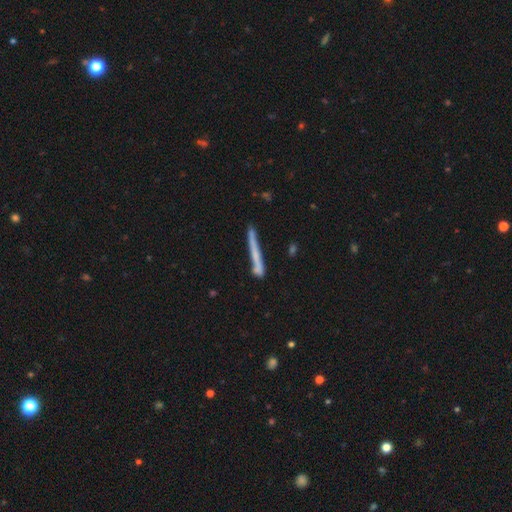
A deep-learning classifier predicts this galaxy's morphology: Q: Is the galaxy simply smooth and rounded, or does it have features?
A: smooth — 58%.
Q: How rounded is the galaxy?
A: cigar-shaped — 97%.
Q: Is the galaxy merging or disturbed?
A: none — 75%.